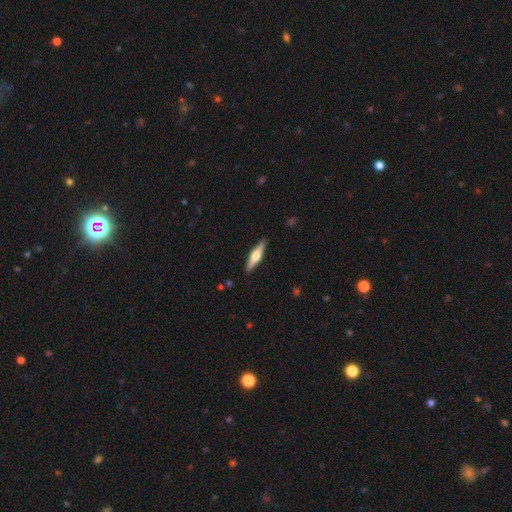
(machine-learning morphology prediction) A featured or disk galaxy (56%) viewed edge-on (96%) with a rounded central bulge (90%). Merging: none (90%).